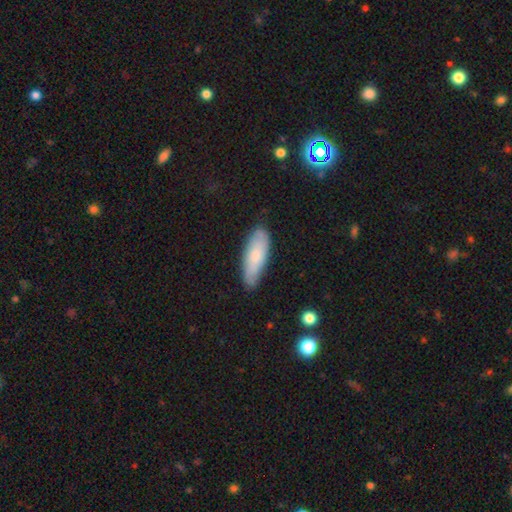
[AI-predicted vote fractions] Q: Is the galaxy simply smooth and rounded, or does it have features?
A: smooth — 73%.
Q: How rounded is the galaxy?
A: in between — 61%.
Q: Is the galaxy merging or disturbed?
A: none — 78%.